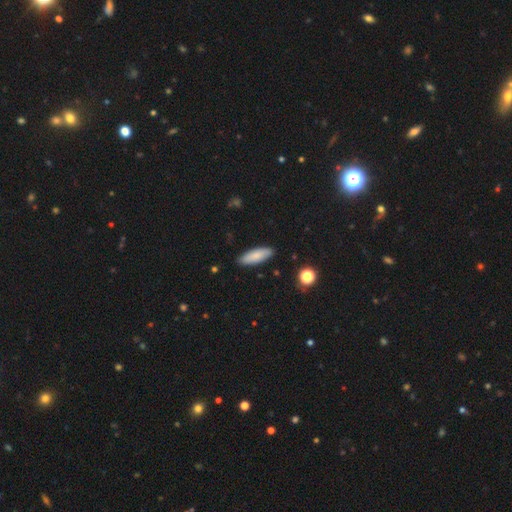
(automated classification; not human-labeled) Smooth or featured? smooth (84%)
How rounded? in between (56%)
Merging? none (88%)